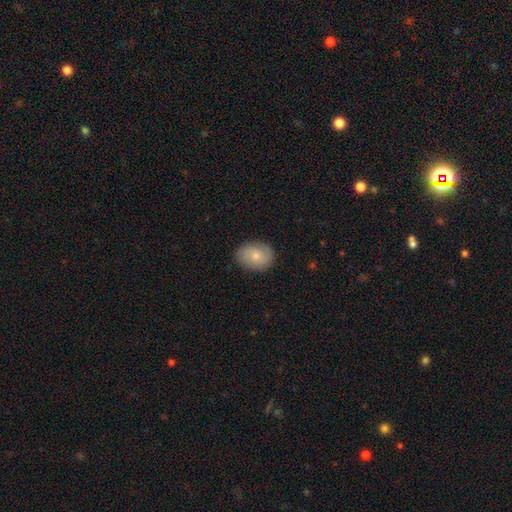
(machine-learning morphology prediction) Q: Smooth or featured?
A: smooth (77%); runner-up: featured or disk (16%)
Q: How rounded?
A: in between (66%); runner-up: round (33%)
Q: Merging?
A: none (84%); runner-up: minor disturbance (12%)